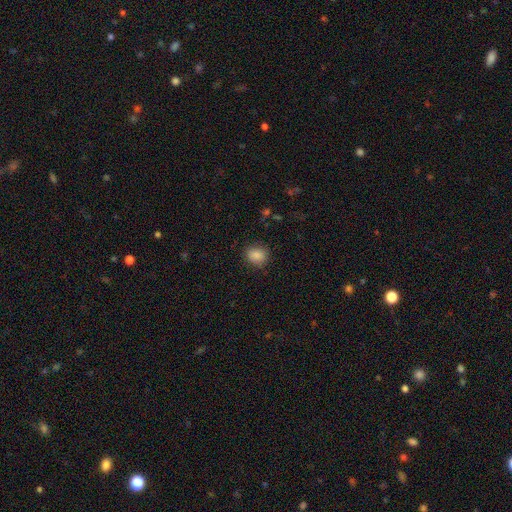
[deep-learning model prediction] Smooth or featured?
  - smooth: 87% *
  - star or artifact: 10%
  - featured or disk: 4%
How rounded?
  - round: 61% *
  - in between: 38%
  - cigar-shaped: 1%
Merging?
  - none: 86% *
  - minor disturbance: 10%
  - major disturbance: 3%
  - merger: 1%